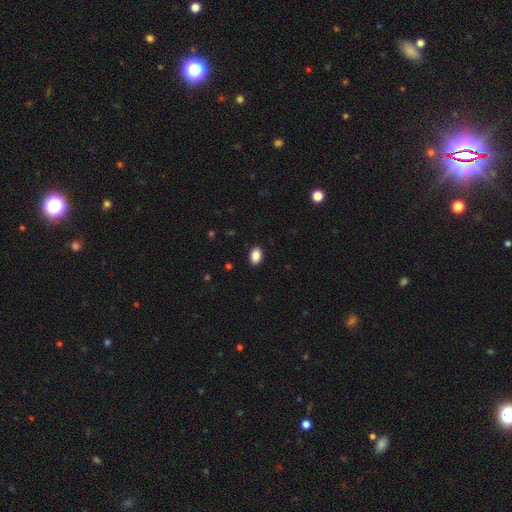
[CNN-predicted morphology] type=smooth (89%); roundness=in between (89%); merging=none (90%).